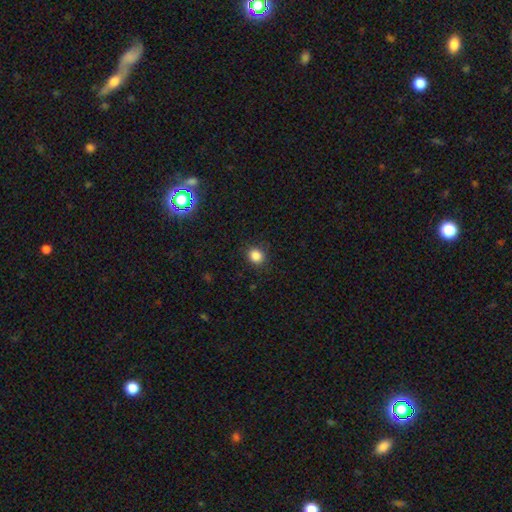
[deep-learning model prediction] Smooth or featured?
  - smooth: 85% *
  - star or artifact: 11%
  - featured or disk: 4%
How rounded?
  - round: 77% *
  - in between: 22%
  - cigar-shaped: 1%
Merging?
  - none: 87% *
  - minor disturbance: 9%
  - major disturbance: 3%
  - merger: 1%